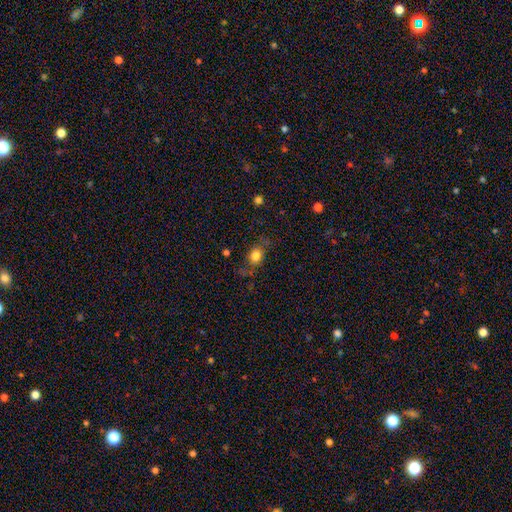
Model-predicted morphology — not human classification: Smooth or featured? smooth (76%)
How rounded? in between (54%)
Merging? none (66%)